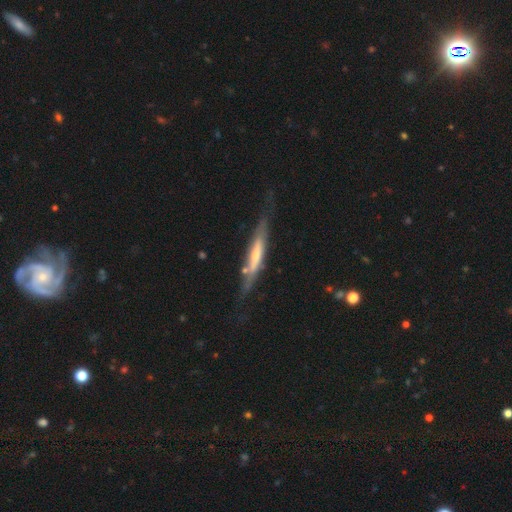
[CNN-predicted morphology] A featured or disk galaxy (67%) viewed edge-on (83%) with a rounded central bulge (53%). Merging: none (61%).